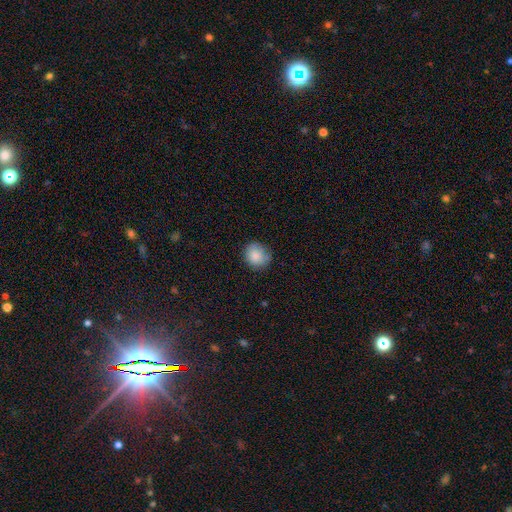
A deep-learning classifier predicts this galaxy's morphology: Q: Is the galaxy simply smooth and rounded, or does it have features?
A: smooth — 84%.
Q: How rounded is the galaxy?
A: round — 81%.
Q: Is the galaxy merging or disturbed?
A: none — 73%.